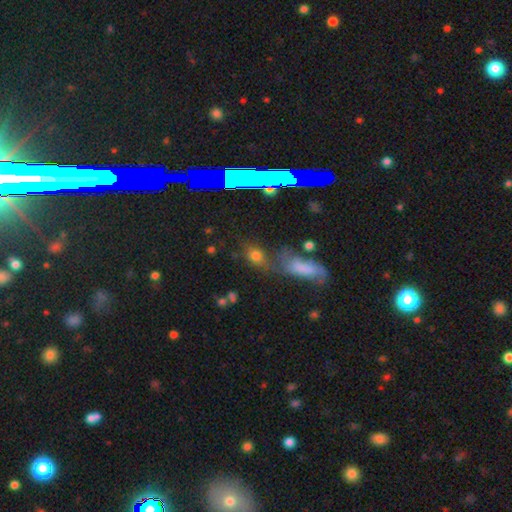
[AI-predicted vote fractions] A smooth galaxy with no disk features (66%) that is in between round and cigar-shaped (51%). Merging: none (54%).